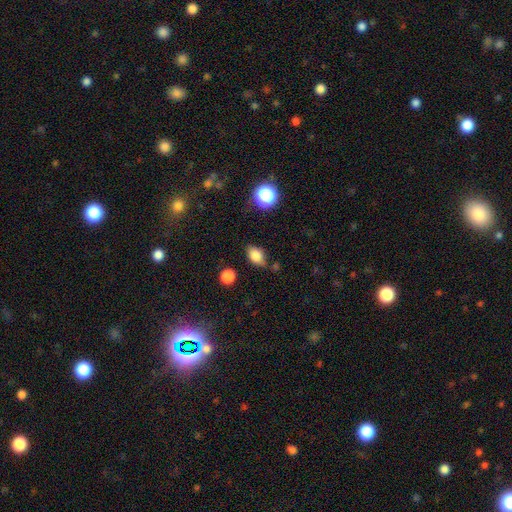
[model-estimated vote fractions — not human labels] smooth 80%, star or artifact 10%, featured or disk 9%. Down the decision tree: how rounded — in between (81%); merging — none (73%).